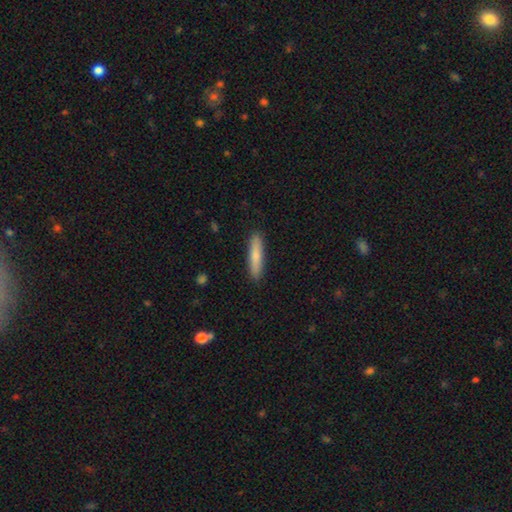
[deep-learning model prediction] A smooth galaxy with no disk features (78%) that is cigar-shaped (86%). Merging: none (90%).